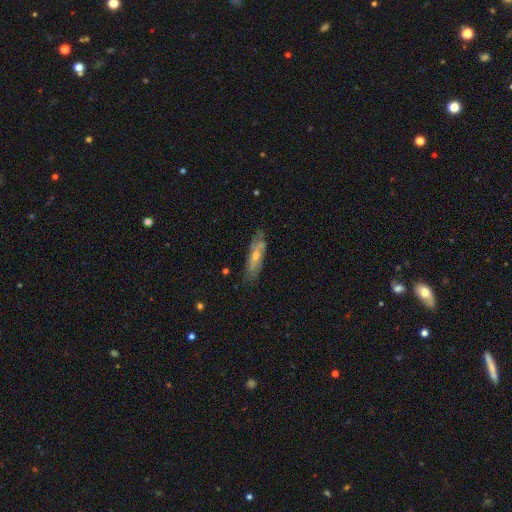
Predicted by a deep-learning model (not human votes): smooth-or-featured: featured or disk: 57% | smooth: 36% | star or artifact: 8%
  disk-edge-on: no: 51% | yes: 49%
  merging: none: 69% | minor disturbance: 20% | major disturbance: 6% | merger: 5%